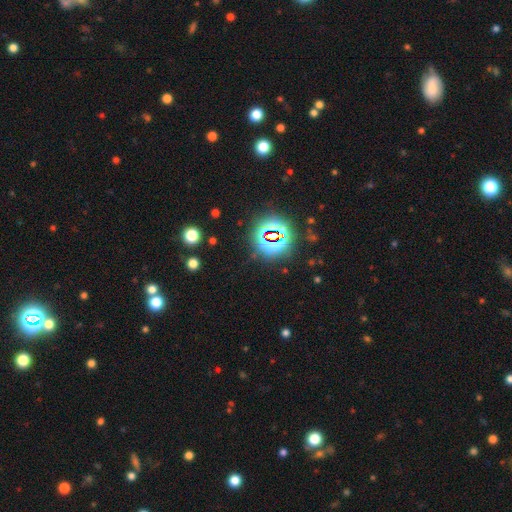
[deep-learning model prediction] smooth_or_featured: star or artifact (p=0.80) [alt: smooth p=0.13]